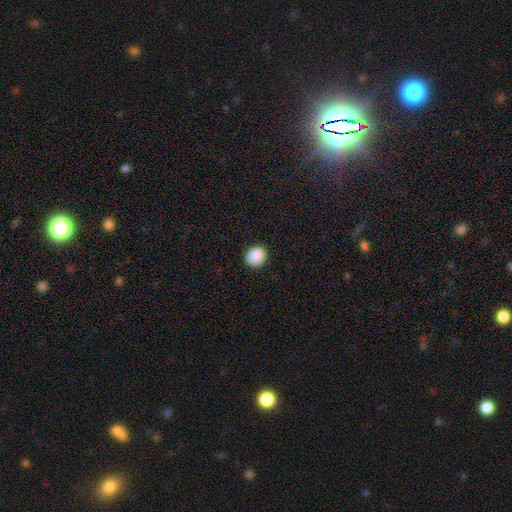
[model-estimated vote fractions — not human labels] A smooth galaxy with no disk features (89%) that is round (73%). Merging: none (90%).